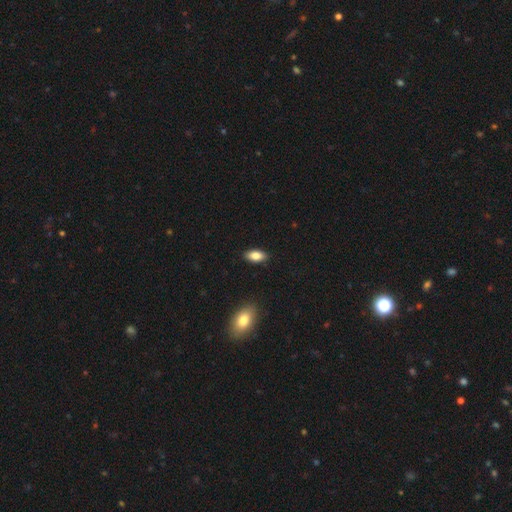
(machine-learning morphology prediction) This is clearly a smooth galaxy (83%). How rounded: clearly in between (90%). Merging: clearly none (89%).